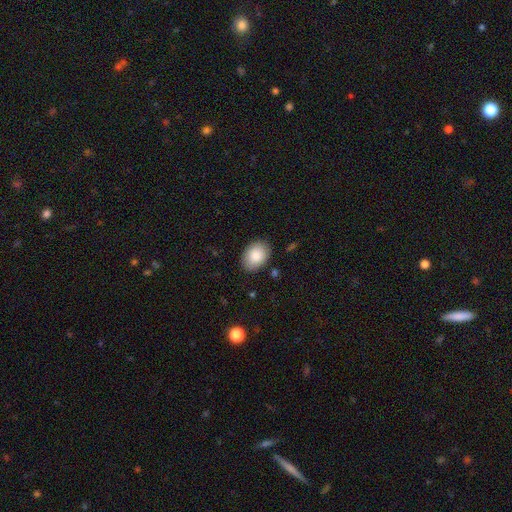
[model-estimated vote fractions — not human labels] A smooth galaxy with no disk features (86%) that is in between round and cigar-shaped (81%).

Vote fractions:
- Smooth or featured? smooth: 86% / featured or disk: 7% / star or artifact: 7%
- How rounded? in between: 81% / round: 18% / cigar-shaped: 1%
- Merging? none: 86% / minor disturbance: 10% / major disturbance: 2% / merger: 1%